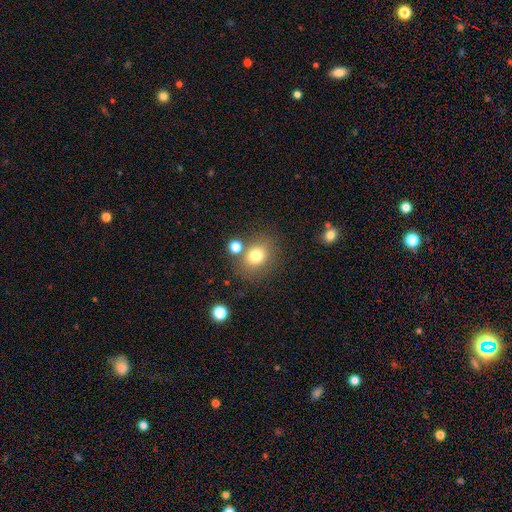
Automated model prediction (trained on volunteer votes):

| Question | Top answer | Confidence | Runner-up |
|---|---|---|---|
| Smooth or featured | smooth | 76% | star or artifact (13%) |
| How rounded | round | 64% | in between (35%) |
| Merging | none | 71% | merger (12%) |